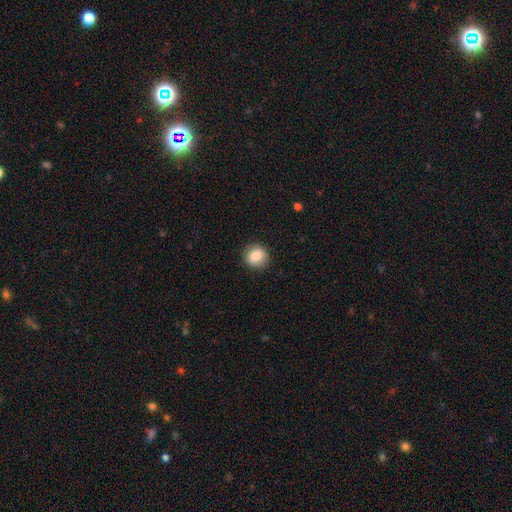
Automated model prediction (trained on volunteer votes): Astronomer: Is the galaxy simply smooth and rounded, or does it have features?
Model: smooth — 83%.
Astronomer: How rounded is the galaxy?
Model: round — 89%.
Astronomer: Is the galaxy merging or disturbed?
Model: none — 89%.